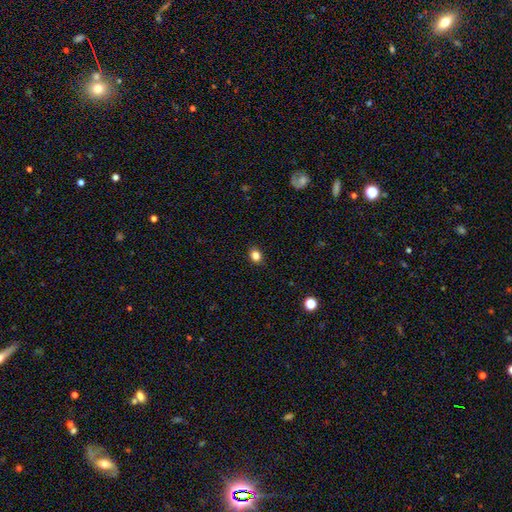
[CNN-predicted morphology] Smooth or featured: smooth — 84% (star or artifact — 11%)
How rounded: in between — 50% (round — 49%)
Merging: none — 89% (minor disturbance — 8%)